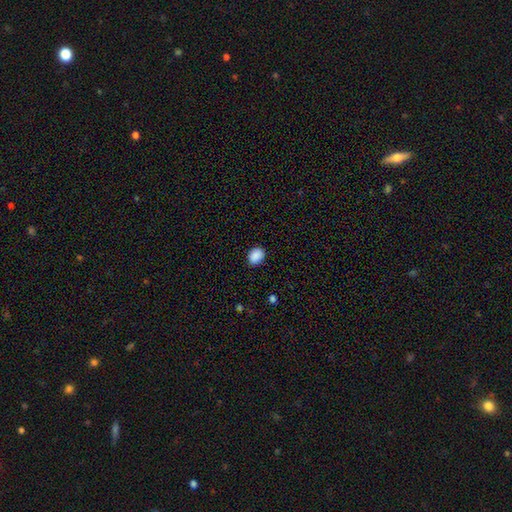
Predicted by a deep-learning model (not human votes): Q: Smooth or featured?
A: smooth (89%); runner-up: star or artifact (8%)
Q: How rounded?
A: in between (61%); runner-up: round (39%)
Q: Merging?
A: none (87%); runner-up: minor disturbance (10%)